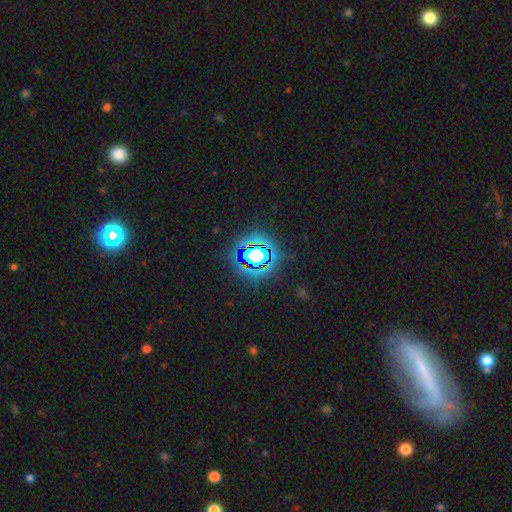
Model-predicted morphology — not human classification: Smooth or featured? Predicted: star or artifact (p=0.72).